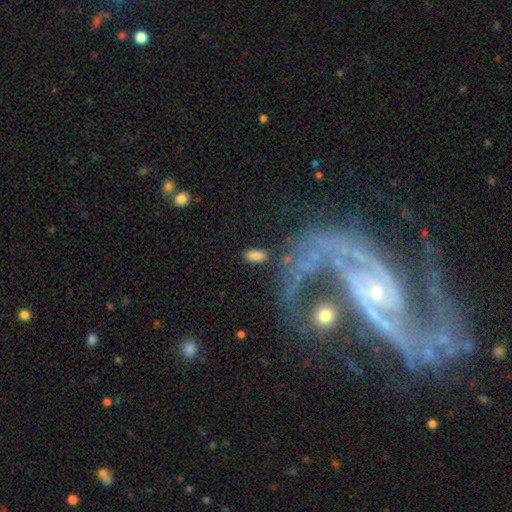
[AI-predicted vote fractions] Morphology: type=smooth (82%); roundness=in between (91%); merging=none (78%).